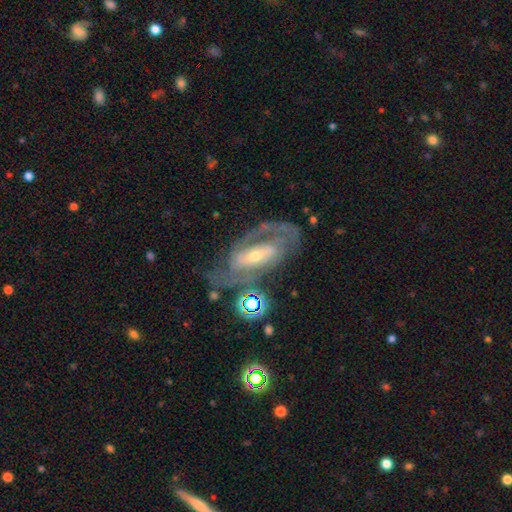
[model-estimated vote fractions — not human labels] A featured or disk galaxy (86%) with a strong bar (42%), 2 (74%) medium (45%) spiral arms (92%) and a small central bulge (52%). Merging: none (62%).